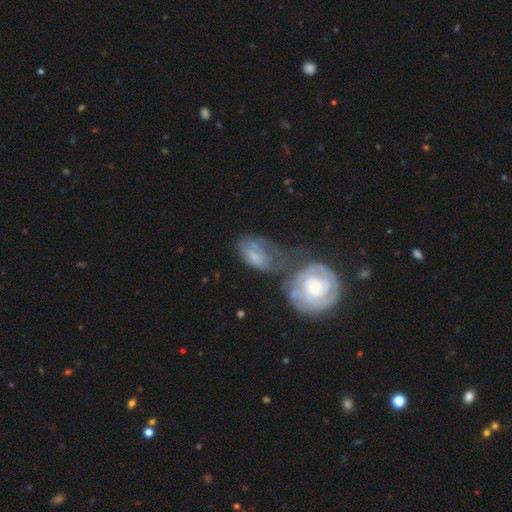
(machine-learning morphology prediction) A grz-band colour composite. It shows a featured or disk galaxy (64%) with no bar (70%), spiral arms (72%) and a small central bulge (53%). Merging: merger (43%).